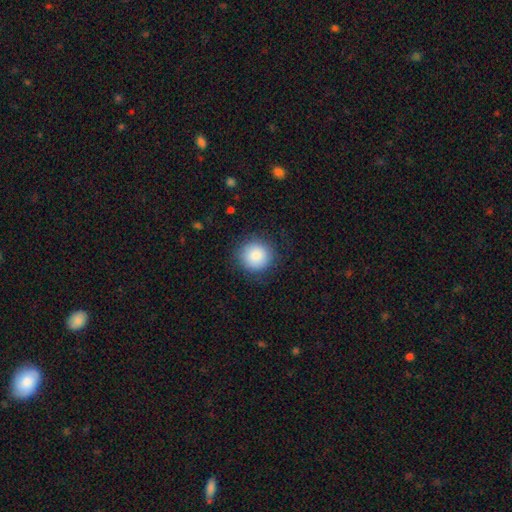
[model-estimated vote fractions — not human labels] smooth-or-featured: smooth: 87% | star or artifact: 8% | featured or disk: 5%
  how-rounded: round: 93% | in between: 6% | cigar-shaped: 1%
  merging: none: 86% | minor disturbance: 9% | major disturbance: 4% | merger: 1%